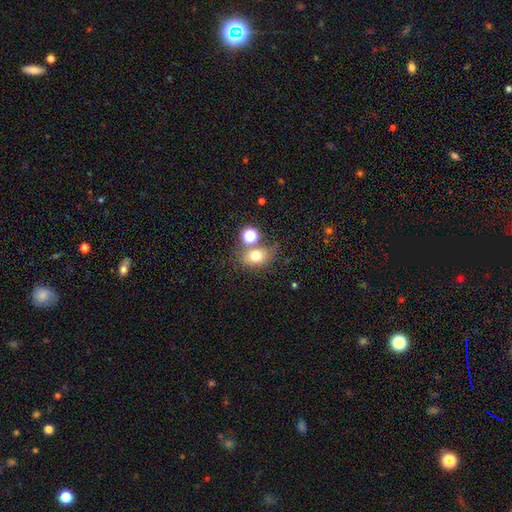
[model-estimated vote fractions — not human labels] This is likely a smooth galaxy (73%). How rounded: possibly in between (53%). Merging: possibly none (60%).